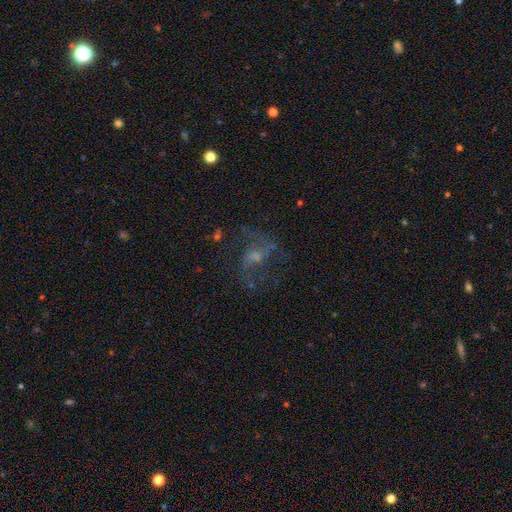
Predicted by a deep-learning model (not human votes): This is likely a featured or disk galaxy (66%). It is clearly not viewed edge-on (96%). Bar: possibly no (46%). Spiral arm pattern: likely yes (78%). Spiral arm count: likely 2 (76%). Spiral winding: possibly loose (59%). Central bulge: marginally small (41%). Merging: possibly none (57%).